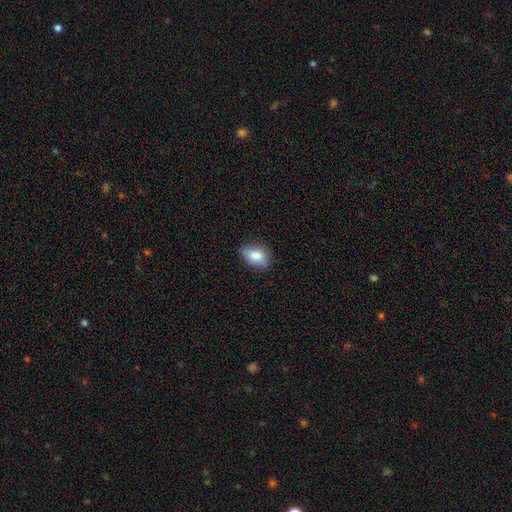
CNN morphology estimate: A smooth galaxy with no disk features (81%) that is in between round and cigar-shaped (82%).

Vote fractions:
- Smooth or featured? smooth: 81% / featured or disk: 11% / star or artifact: 8%
- How rounded? in between: 82% / round: 16% / cigar-shaped: 2%
- Merging? none: 78% / minor disturbance: 18% / major disturbance: 3% / merger: 1%